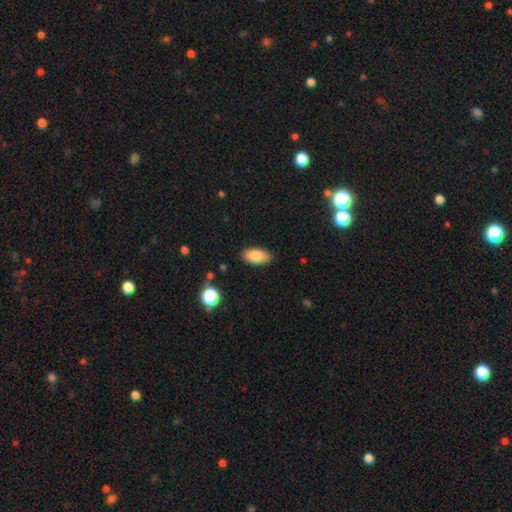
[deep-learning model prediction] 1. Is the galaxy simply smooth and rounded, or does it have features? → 85% smooth, 8% featured or disk, 7% star or artifact.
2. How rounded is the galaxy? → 92% in between, 4% cigar-shaped, 3% round.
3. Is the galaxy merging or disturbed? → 86% none, 11% minor disturbance, 2% major disturbance, 1% merger.